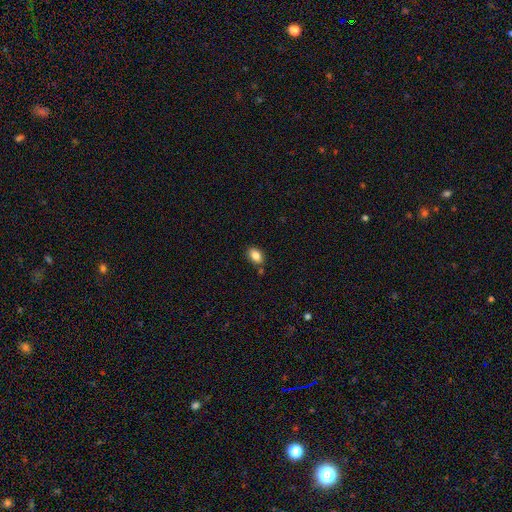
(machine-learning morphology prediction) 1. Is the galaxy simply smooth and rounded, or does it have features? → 84% smooth, 9% star or artifact, 7% featured or disk.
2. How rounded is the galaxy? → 85% in between, 14% round, 2% cigar-shaped.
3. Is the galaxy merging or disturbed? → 77% none, 13% minor disturbance, 6% merger, 3% major disturbance.